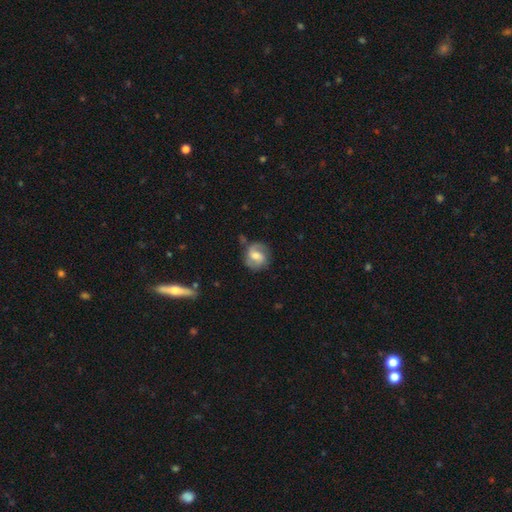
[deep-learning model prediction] Smooth or featured? Predicted: featured or disk (p=0.60). Edge-on disk? Predicted: no (p=0.97). Bar? Predicted: weak (p=0.51). Spiral arms? Predicted: yes (p=0.87). Spiral winding? Predicted: medium (p=0.46). Spiral arm count? Predicted: 2 (p=0.79). Bulge size? Predicted: moderate (p=0.59). Merging? Predicted: none (p=0.71).